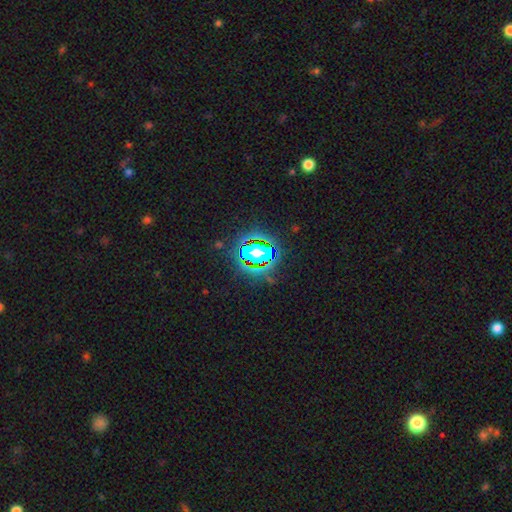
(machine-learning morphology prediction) Smooth or featured? Predicted: star or artifact (p=0.64).